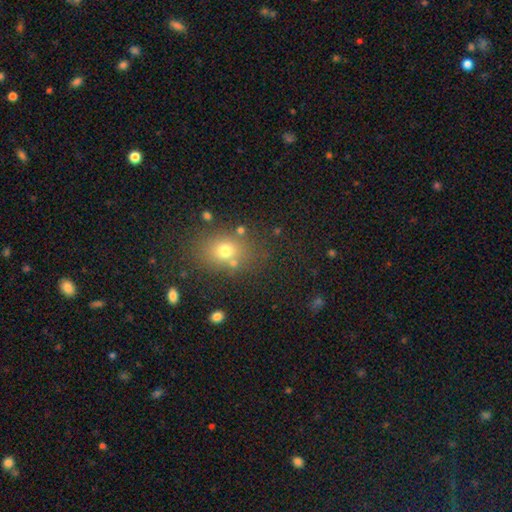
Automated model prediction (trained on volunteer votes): Smooth or featured? Predicted: smooth (p=0.60). How rounded? Predicted: round (p=0.57). Merging? Predicted: none (p=0.81).